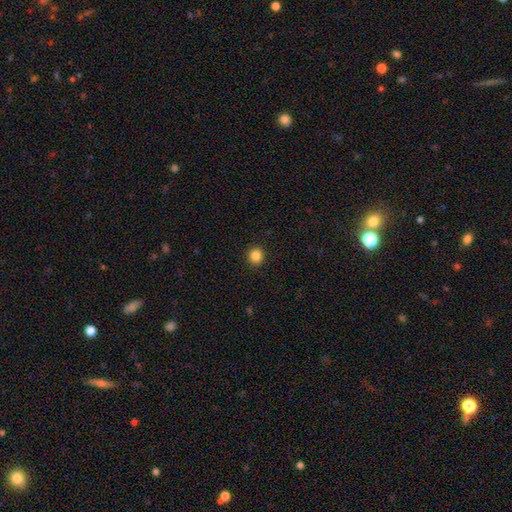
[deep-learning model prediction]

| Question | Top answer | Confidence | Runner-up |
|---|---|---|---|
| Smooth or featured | smooth | 85% | star or artifact (11%) |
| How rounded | round | 89% | in between (10%) |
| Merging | none | 92% | minor disturbance (5%) |